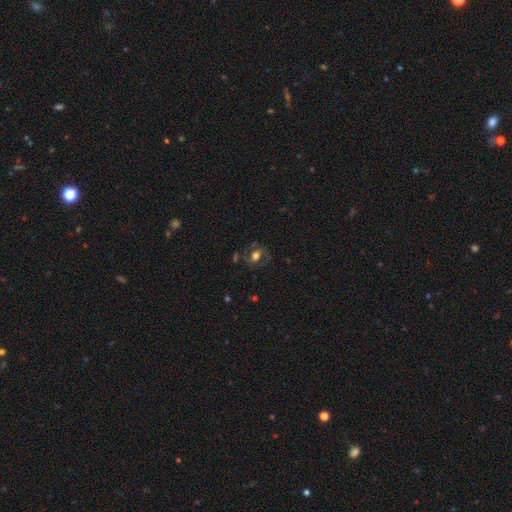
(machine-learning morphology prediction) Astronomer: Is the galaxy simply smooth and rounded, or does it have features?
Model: featured or disk — 56% (runner-up: smooth, 33%).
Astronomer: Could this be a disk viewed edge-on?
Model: no — 96%.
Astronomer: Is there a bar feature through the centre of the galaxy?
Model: no — 59%.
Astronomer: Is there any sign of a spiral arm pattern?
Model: yes — 65%.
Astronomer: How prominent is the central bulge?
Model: moderate — 49% (runner-up: large, 38%).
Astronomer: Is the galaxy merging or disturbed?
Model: none — 68%.